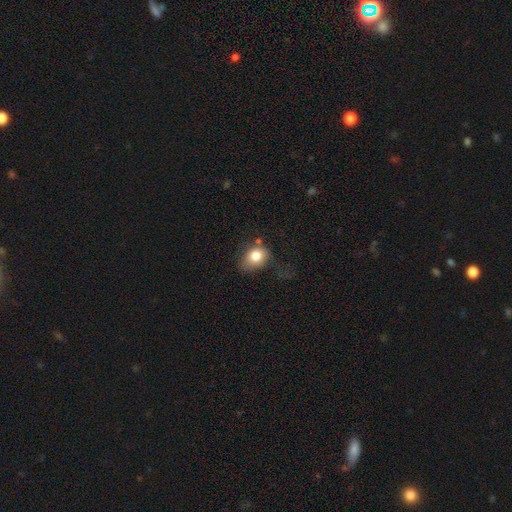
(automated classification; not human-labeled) The model was most divided on "merging": none: 44%, minor disturbance: 31%, major disturbance: 20%, merger: 5%. More confident: smooth or featured — smooth (78%); how rounded — in between (58%).